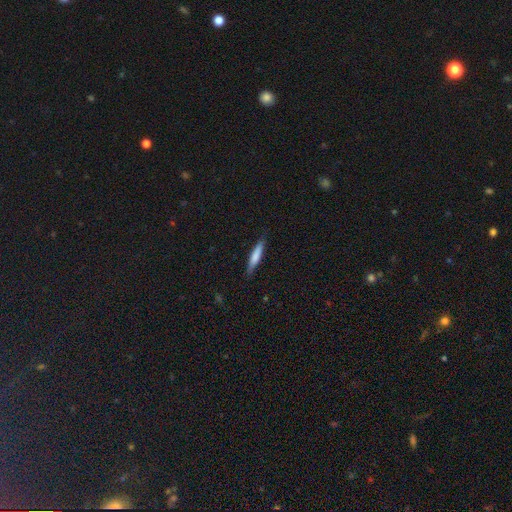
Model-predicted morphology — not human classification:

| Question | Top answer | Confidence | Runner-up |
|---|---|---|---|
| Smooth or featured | smooth | 73% | featured or disk (21%) |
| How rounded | cigar-shaped | 88% | in between (11%) |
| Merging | none | 84% | minor disturbance (13%) |